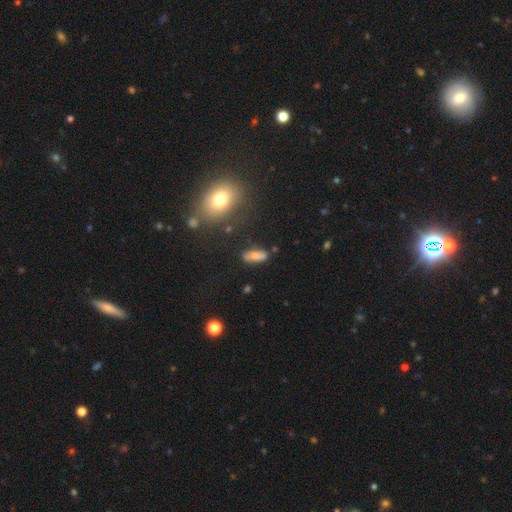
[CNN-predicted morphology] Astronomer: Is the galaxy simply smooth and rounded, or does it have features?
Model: smooth — 68%.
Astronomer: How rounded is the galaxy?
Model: in between — 69%.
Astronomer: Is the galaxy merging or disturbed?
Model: none — 76%.